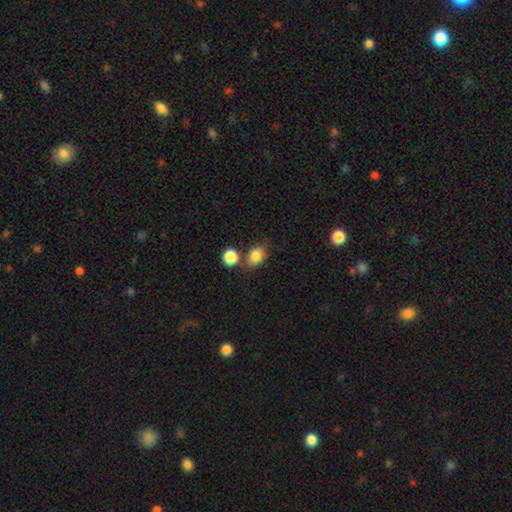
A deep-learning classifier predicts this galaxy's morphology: Smooth or featured? smooth (84%)
How rounded? in between (56%)
Merging? none (65%)